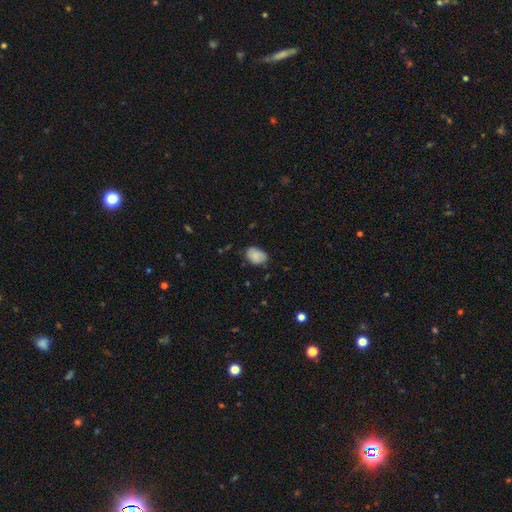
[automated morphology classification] Q: Smooth or featured?
A: smooth (83%); runner-up: featured or disk (10%)
Q: How rounded?
A: in between (77%); runner-up: round (22%)
Q: Merging?
A: none (65%); runner-up: minor disturbance (29%)